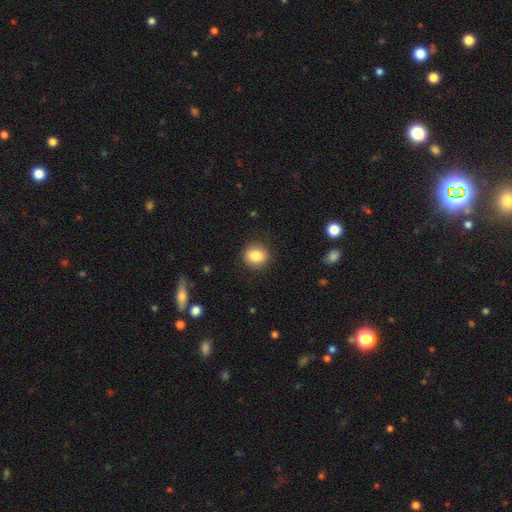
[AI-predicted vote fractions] smooth-or-featured: smooth: 85% | star or artifact: 9% | featured or disk: 6%
  how-rounded: round: 73% | in between: 26% | cigar-shaped: 1%
  merging: none: 87% | minor disturbance: 9% | major disturbance: 3% | merger: 1%